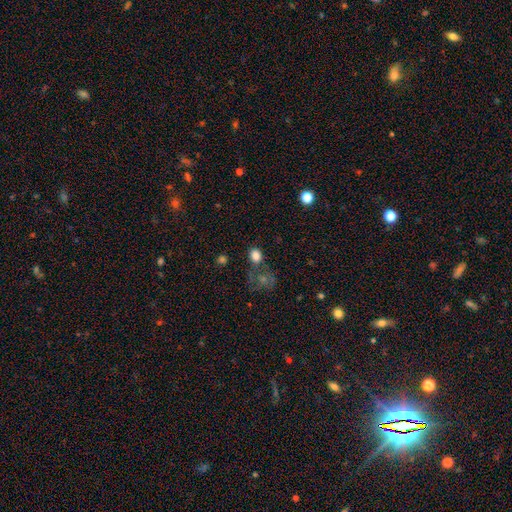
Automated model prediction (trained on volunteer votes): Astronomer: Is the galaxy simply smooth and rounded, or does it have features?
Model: smooth — 82%.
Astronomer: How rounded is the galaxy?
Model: round — 61% (runner-up: in between, 38%).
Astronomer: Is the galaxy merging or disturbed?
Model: none — 64%.